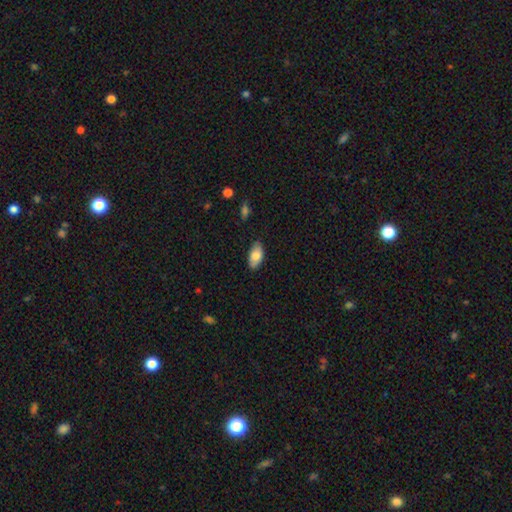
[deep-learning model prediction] Smooth or featured: smooth — 79% (featured or disk — 14%)
How rounded: in between — 93% (cigar-shaped — 4%)
Merging: none — 86% (minor disturbance — 11%)